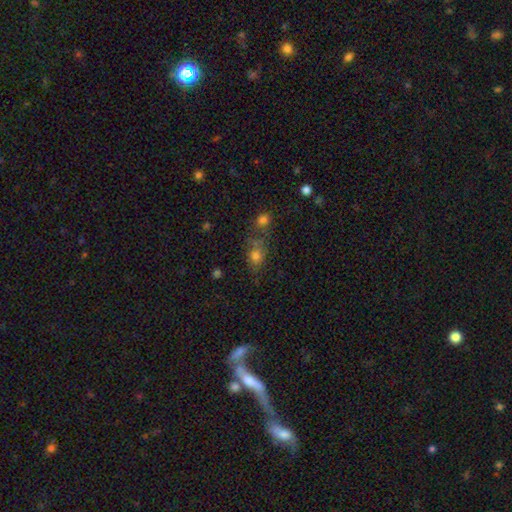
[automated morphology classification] This appears to be a smooth galaxy with no disk features (73%) that is round (57%). Merging: none (53%).